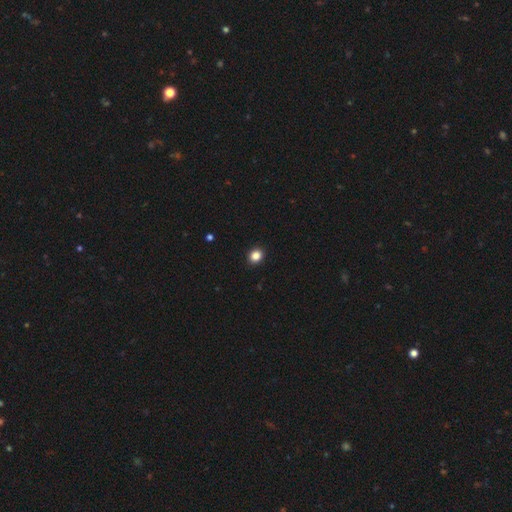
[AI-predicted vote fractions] smooth 86%, star or artifact 11%, featured or disk 3%. Down the decision tree: how rounded — round (73%); merging — none (92%).